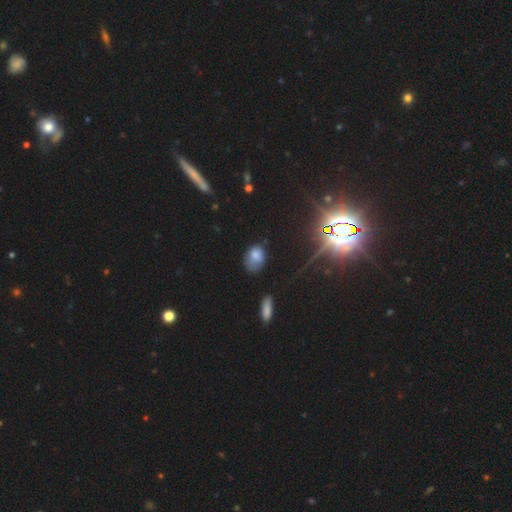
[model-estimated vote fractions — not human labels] smooth-or-featured: smooth: 73% | star or artifact: 15% | featured or disk: 12%
  how-rounded: in between: 73% | round: 25% | cigar-shaped: 2%
  merging: none: 46% | minor disturbance: 35% | major disturbance: 15% | merger: 4%